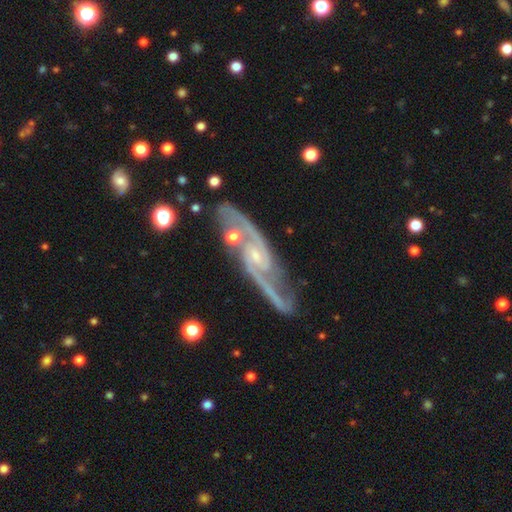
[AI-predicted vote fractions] A featured or disk galaxy (90%) with no bar (51%), 2 (86%) medium (53%) spiral arms (98%) and a small central bulge (75%).

Vote fractions:
- Smooth or featured? featured or disk: 90% / star or artifact: 5% / smooth: 4%
- Edge-on disk? no: 88% / yes: 12%
- Bar? no: 51% / weak: 38% / strong: 12%
- Spiral arms? yes: 98% / no: 2%
- Spiral winding? medium: 53% / loose: 27% / tight: 20%
- Spiral arm count? 2: 86% / can't tell: 5% / 3: 4% / 1: 2% / 4: 2% / more than 4: 2%
- Bulge size? small: 75% / moderate: 18% / none: 5% / large: 1% / dominant: 1%
- Merging? none: 73% / minor disturbance: 16% / major disturbance: 6% / merger: 5%